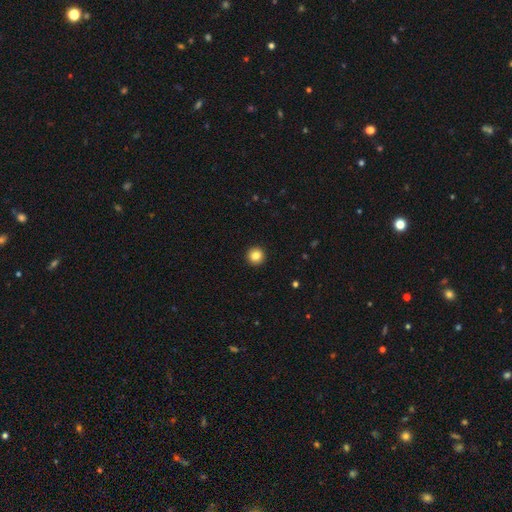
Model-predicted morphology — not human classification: smooth-or-featured: smooth: 84% | star or artifact: 10% | featured or disk: 6%
  how-rounded: round: 96% | in between: 4% | cigar-shaped: 1%
  merging: none: 94% | minor disturbance: 4% | major disturbance: 1% | merger: 1%